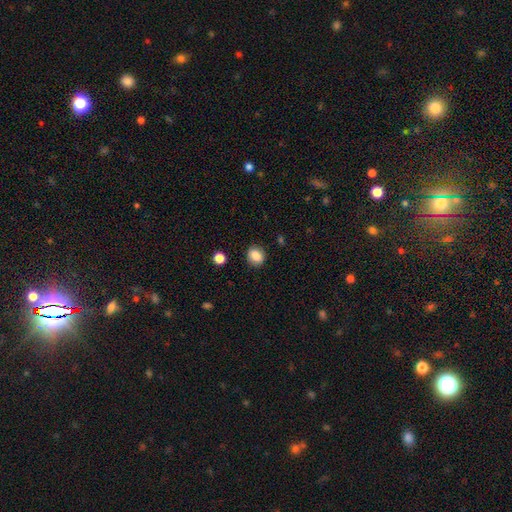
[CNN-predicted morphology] A smooth galaxy with no disk features (84%) that is round (71%).

Vote fractions:
- Smooth or featured? smooth: 84% / star or artifact: 9% / featured or disk: 6%
- How rounded? round: 71% / in between: 28% / cigar-shaped: 1%
- Merging? none: 88% / minor disturbance: 8% / major disturbance: 2% / merger: 2%